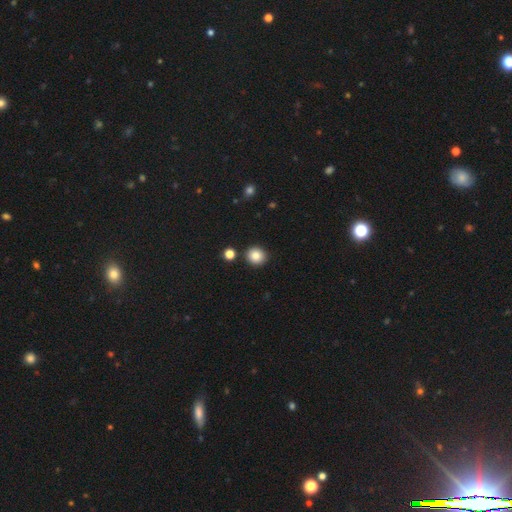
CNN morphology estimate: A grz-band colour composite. It shows a smooth galaxy with no disk features (84%) that is round (84%). Merging: none (88%).